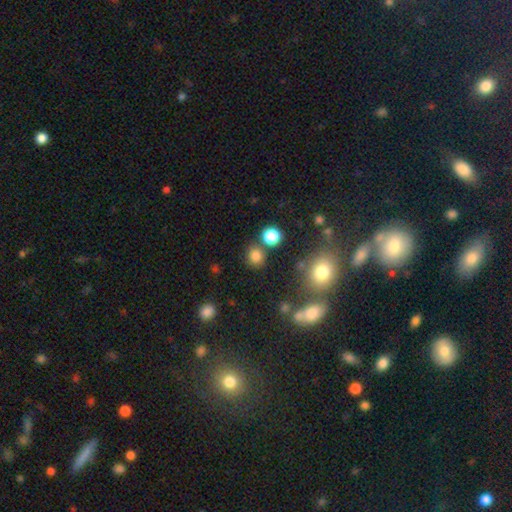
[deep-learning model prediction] A smooth galaxy with no disk features (78%) that is round (83%). Merging: none (78%).